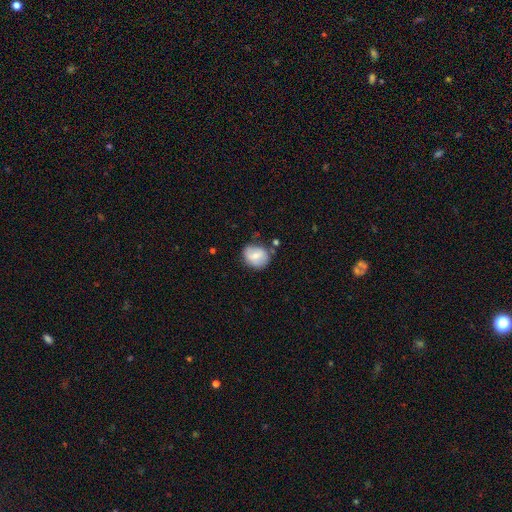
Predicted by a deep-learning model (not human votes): Smooth or featured: smooth — 65% (featured or disk — 27%)
How rounded: round — 63% (in between — 36%)
Merging: none — 66% (minor disturbance — 22%)